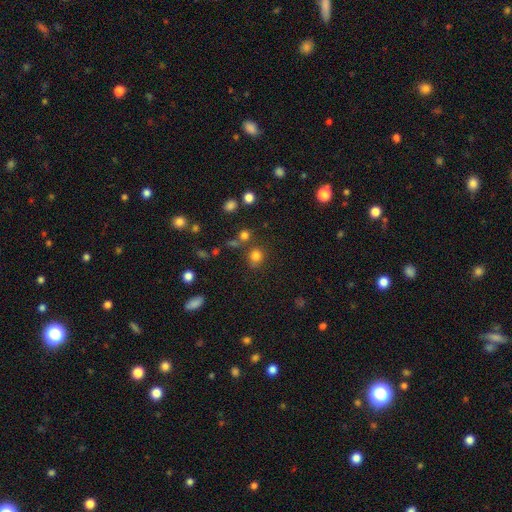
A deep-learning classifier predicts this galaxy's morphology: The model was most divided on "how rounded": round: 76%, in between: 23%, cigar-shaped: 1%. More confident: smooth or featured — smooth (79%); merging — none (74%).